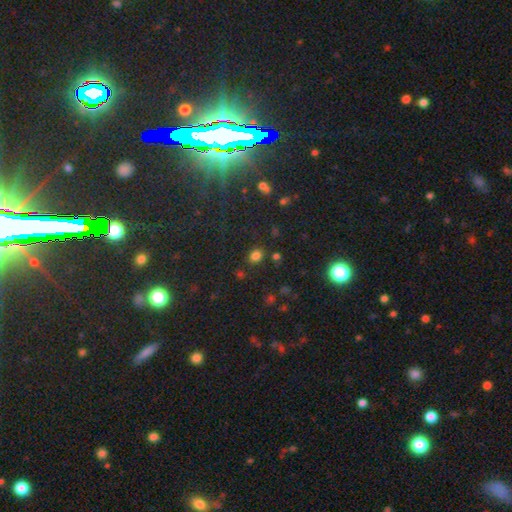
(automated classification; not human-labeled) This is likely a smooth galaxy (76%). How rounded: possibly round (52%). Merging: clearly none (82%).